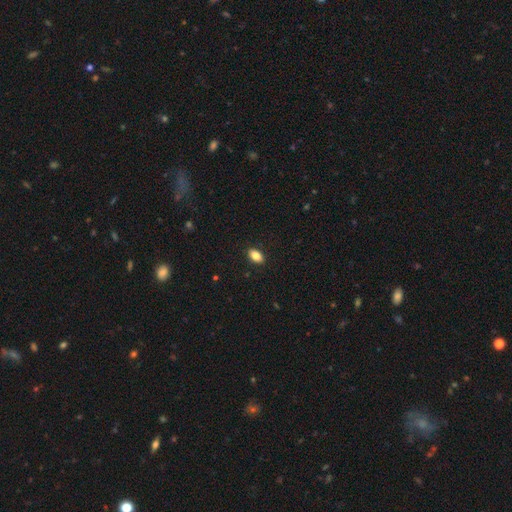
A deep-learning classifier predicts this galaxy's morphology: Smooth or featured? smooth (83%)
How rounded? in between (89%)
Merging? none (89%)